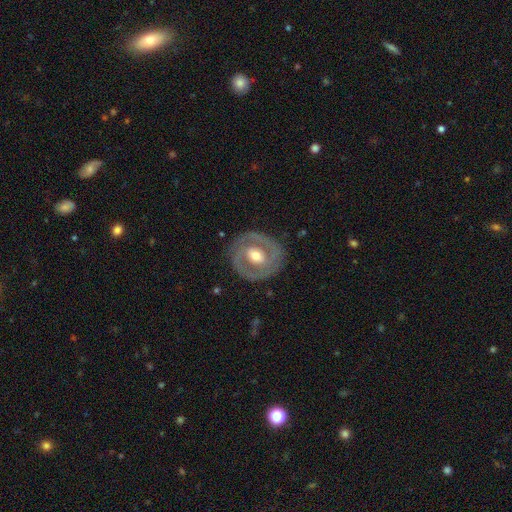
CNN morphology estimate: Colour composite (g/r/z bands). It shows a featured or disk galaxy (73%) with no bar (45%), spiral arms (59%) and a moderate central bulge (70%). Merging: none (83%).